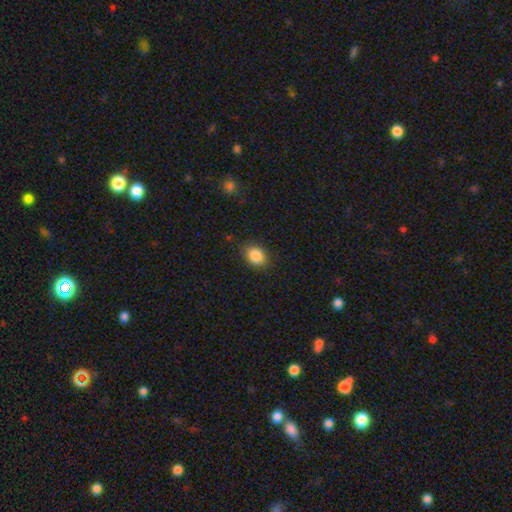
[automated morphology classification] Overall: smooth (86%). How rounded: in between (60%; round 39%). Merging: none (83%).